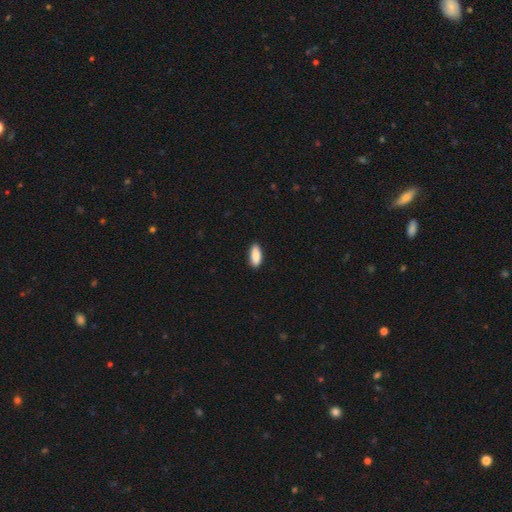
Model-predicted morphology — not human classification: Smooth or featured? Predicted: smooth (p=0.90). How rounded? Predicted: in between (p=0.78). Merging? Predicted: none (p=0.88).